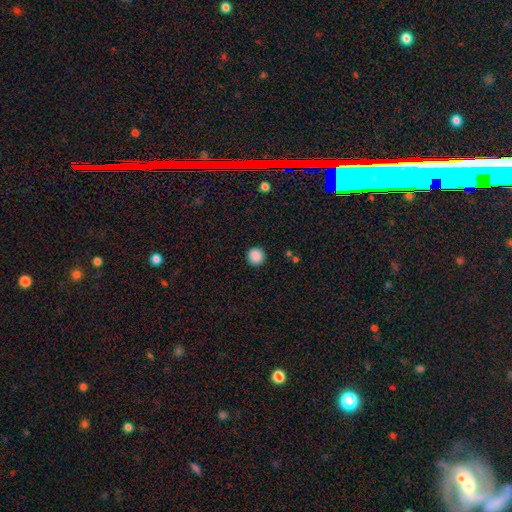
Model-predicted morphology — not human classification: Smooth or featured?
  - smooth: 88% *
  - star or artifact: 9%
  - featured or disk: 2%
How rounded?
  - round: 94% *
  - in between: 5%
  - cigar-shaped: 1%
Merging?
  - none: 91% *
  - minor disturbance: 6%
  - major disturbance: 2%
  - merger: 1%